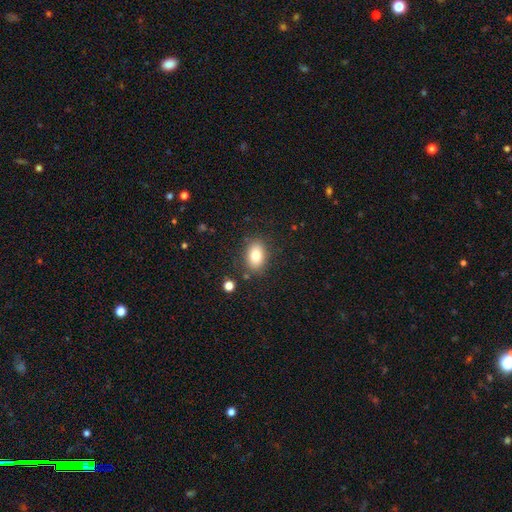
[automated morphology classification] A smooth galaxy with no disk features (80%) that is in between round and cigar-shaped (78%). Merging: none (84%).